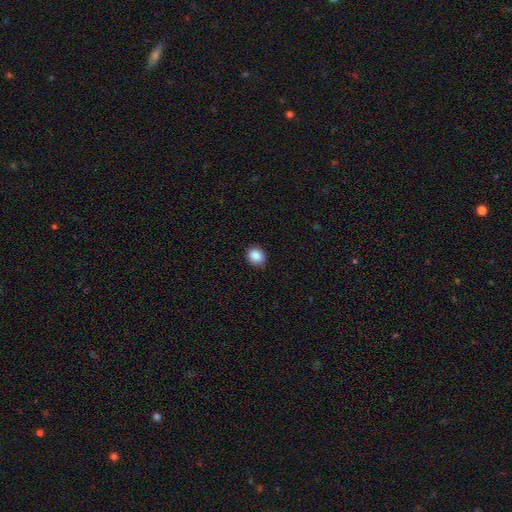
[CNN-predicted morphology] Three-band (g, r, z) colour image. It shows a smooth galaxy with no disk features (89%) that is round (58%). Merging: none (87%).